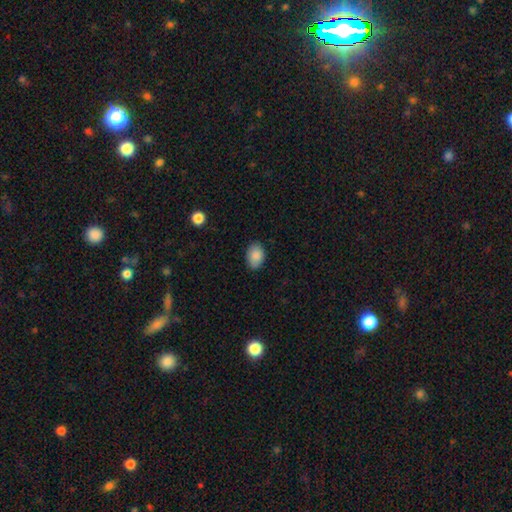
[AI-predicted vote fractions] Smooth or featured?
  - smooth: 88% *
  - star or artifact: 7%
  - featured or disk: 5%
How rounded?
  - in between: 84% *
  - round: 15%
  - cigar-shaped: 1%
Merging?
  - none: 82% *
  - minor disturbance: 14%
  - major disturbance: 3%
  - merger: 1%